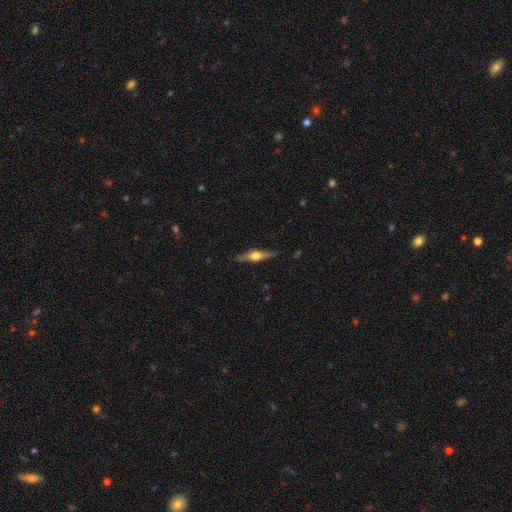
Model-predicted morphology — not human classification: featured or disk 75%, smooth 19%, star or artifact 6%. Down the decision tree: edge-on disk — yes (97%); edge-on bulge — rounded (94%); merging — none (87%).